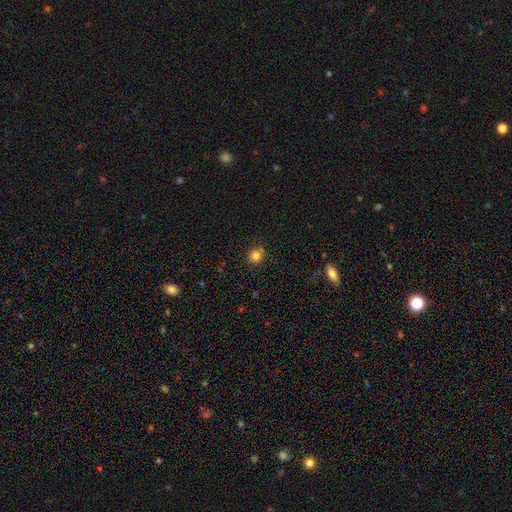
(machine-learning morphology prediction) Q: Smooth or featured?
A: smooth (82%); runner-up: star or artifact (13%)
Q: How rounded?
A: round (86%); runner-up: in between (13%)
Q: Merging?
A: none (79%); runner-up: minor disturbance (13%)